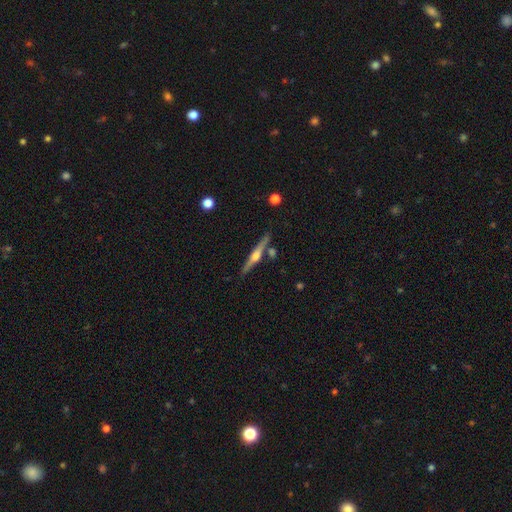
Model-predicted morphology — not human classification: A featured or disk galaxy (75%) viewed edge-on (98%) with a rounded central bulge (90%). Merging: none (81%).